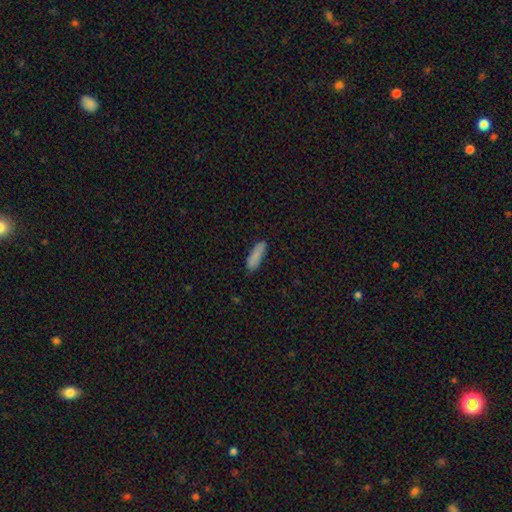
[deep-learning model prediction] Morphology: type=smooth (85%); roundness=cigar-shaped (56%); merging=none (81%).